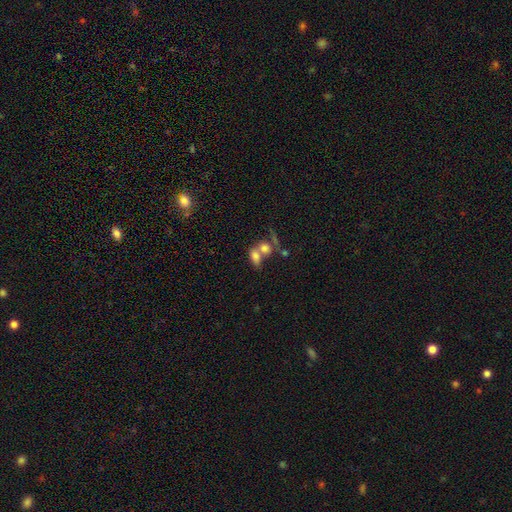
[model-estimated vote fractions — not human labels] Smooth or featured: smooth — 73% (featured or disk — 16%)
How rounded: in between — 80% (round — 17%)
Merging: merger — 62% (none — 23%)